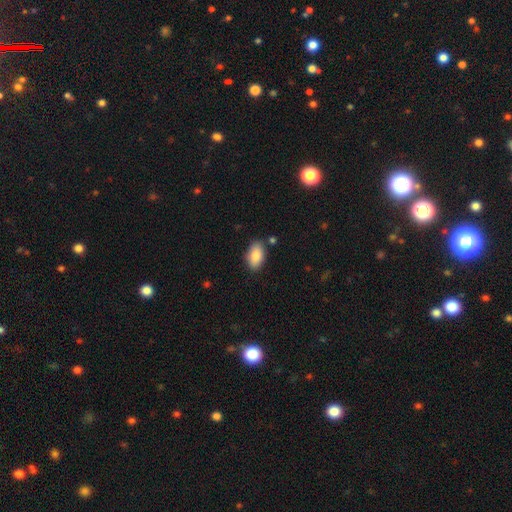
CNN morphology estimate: Overall: smooth (87%). How rounded: in between (93%). Merging: none (83%).